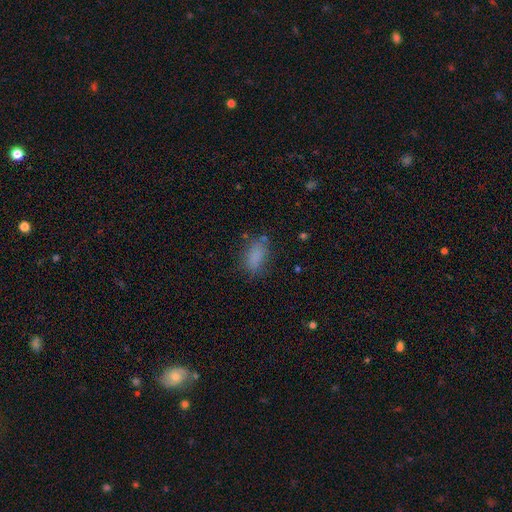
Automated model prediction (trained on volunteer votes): smooth-or-featured: smooth: 82% | star or artifact: 11% | featured or disk: 6%
  how-rounded: in between: 87% | cigar-shaped: 7% | round: 6%
  merging: none: 73% | minor disturbance: 17% | major disturbance: 7% | merger: 2%